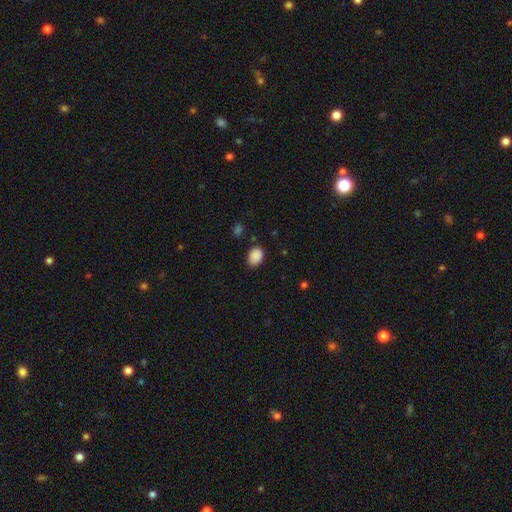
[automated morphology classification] A smooth galaxy with no disk features (88%) that is in between round and cigar-shaped (71%). Merging: none (76%).